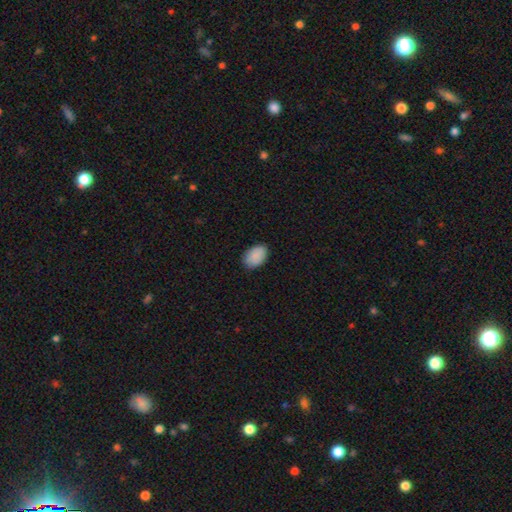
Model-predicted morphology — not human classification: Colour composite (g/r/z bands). It shows a smooth galaxy with no disk features (90%) that is in between round and cigar-shaped (86%). Merging: none (85%).